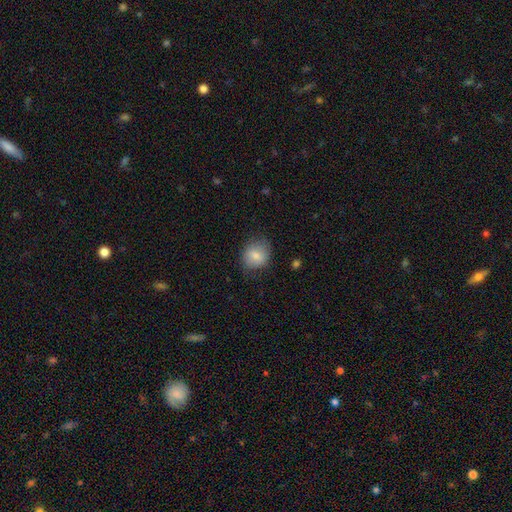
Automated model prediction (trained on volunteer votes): A smooth galaxy with no disk features (80%) that is round (71%). Merging: none (76%).